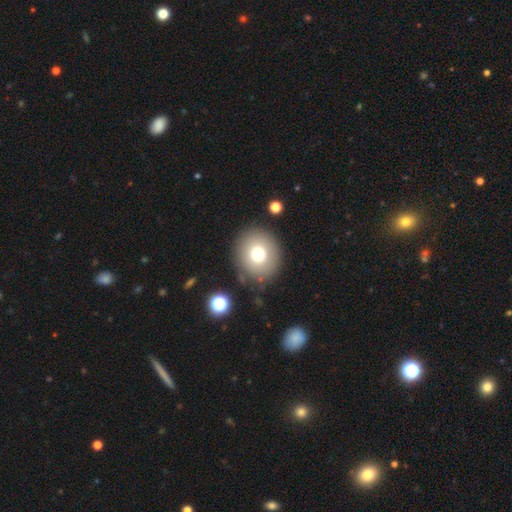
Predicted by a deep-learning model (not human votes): The model was most divided on "smooth or featured": smooth: 71%, featured or disk: 16%, star or artifact: 13%. More confident: merging — none (84%); how rounded — round (83%).